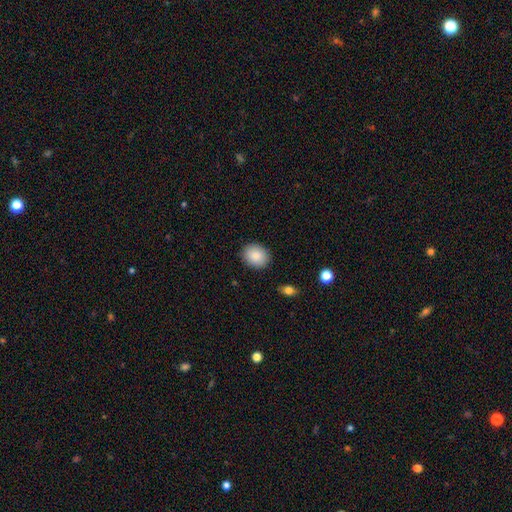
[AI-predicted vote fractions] The model was most divided on "how rounded": round: 53%, in between: 46%, cigar-shaped: 1%. More confident: merging — none (89%); smooth or featured — smooth (88%).